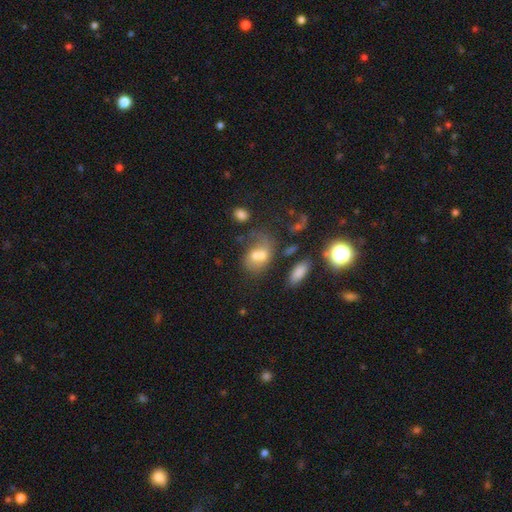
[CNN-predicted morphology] A smooth galaxy with no disk features (61%) that is in between round and cigar-shaped (66%).

Vote fractions:
- Smooth or featured? smooth: 61% / featured or disk: 26% / star or artifact: 13%
- How rounded? in between: 66% / round: 32% / cigar-shaped: 2%
- Merging? merger: 59% / none: 19% / major disturbance: 11% / minor disturbance: 10%